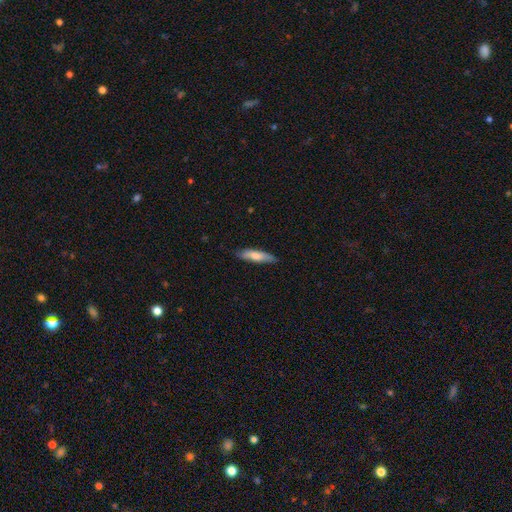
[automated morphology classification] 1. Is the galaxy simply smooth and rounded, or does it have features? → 71% smooth, 23% featured or disk, 6% star or artifact.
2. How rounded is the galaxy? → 71% cigar-shaped, 28% in between, 2% round.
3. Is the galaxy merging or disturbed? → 81% none, 16% minor disturbance, 2% major disturbance, 1% merger.